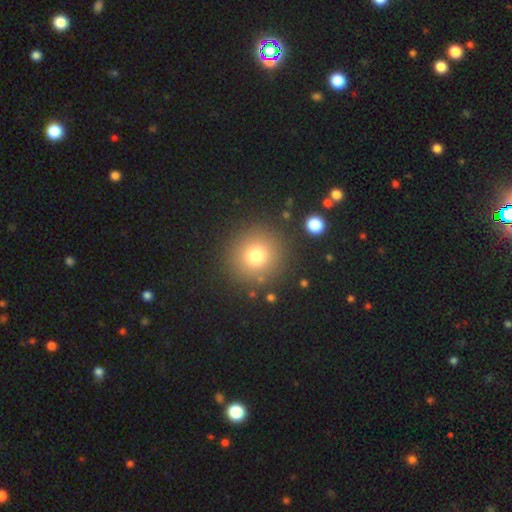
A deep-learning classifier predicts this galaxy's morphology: Smooth or featured? Predicted: smooth (p=0.75). How rounded? Predicted: round (p=0.94). Merging? Predicted: none (p=0.88).